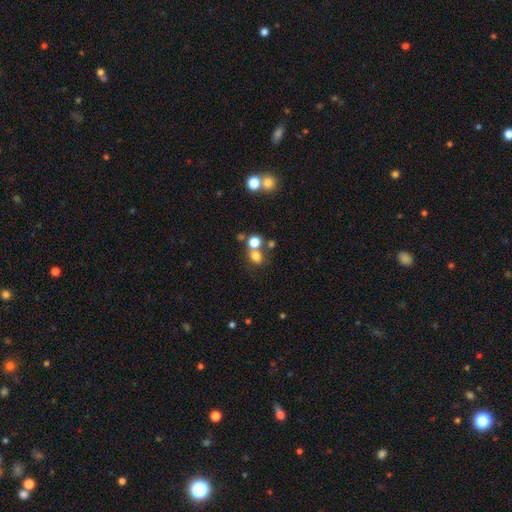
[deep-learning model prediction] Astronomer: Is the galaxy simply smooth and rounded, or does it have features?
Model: smooth — 72%.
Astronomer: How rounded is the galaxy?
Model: round — 63%.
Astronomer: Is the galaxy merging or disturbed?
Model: none — 50% (runner-up: merger, 35%).